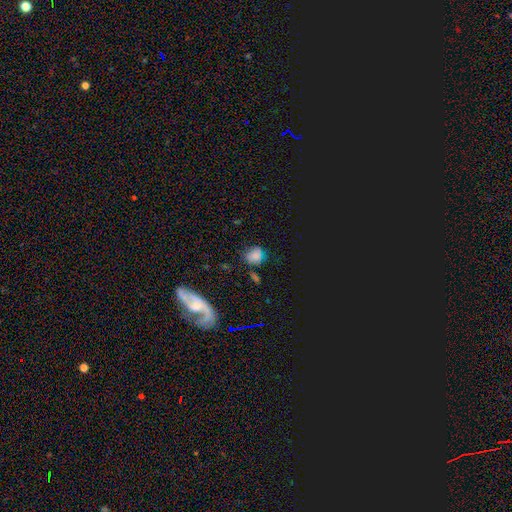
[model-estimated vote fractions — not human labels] smooth-or-featured: smooth: 62% | star or artifact: 24% | featured or disk: 14%
  how-rounded: round: 54% | in between: 44% | cigar-shaped: 2%
  merging: none: 63% | minor disturbance: 22% | major disturbance: 9% | merger: 6%